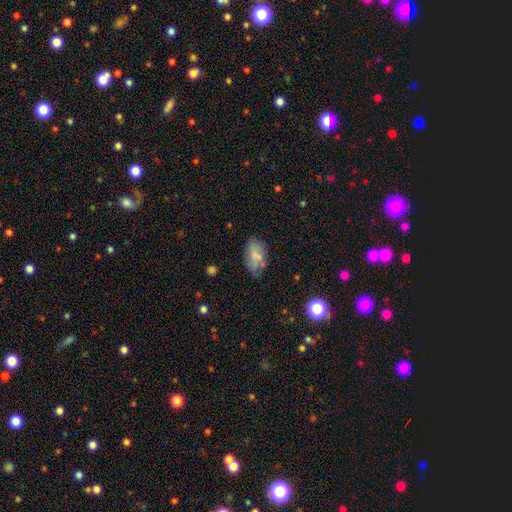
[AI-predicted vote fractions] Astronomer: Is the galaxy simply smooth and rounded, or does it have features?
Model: smooth — 70%.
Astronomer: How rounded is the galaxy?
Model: in between — 92%.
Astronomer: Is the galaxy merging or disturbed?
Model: none — 60%.